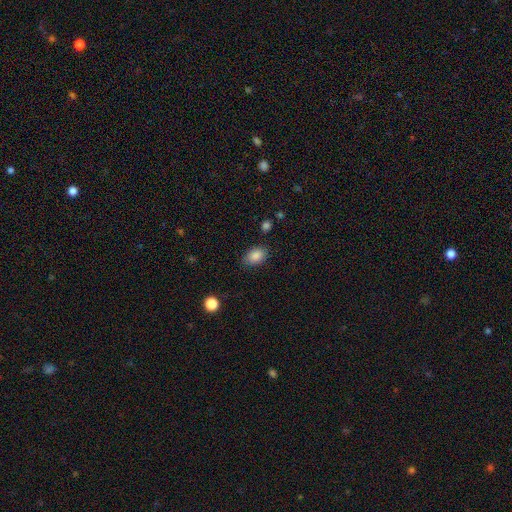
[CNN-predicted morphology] Overall: smooth (87%). How rounded: in between (82%). Merging: none (79%).